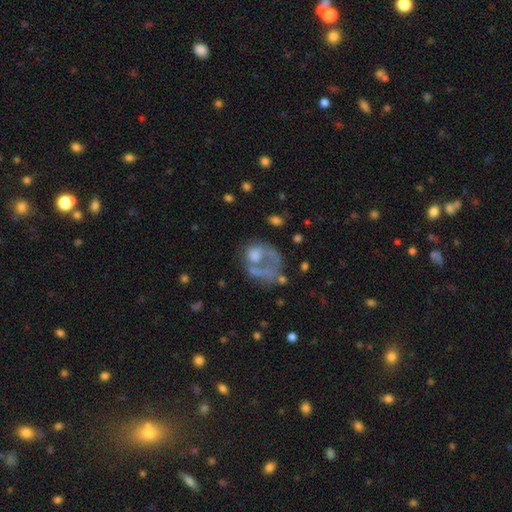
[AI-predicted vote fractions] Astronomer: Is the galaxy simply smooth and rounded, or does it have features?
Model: featured or disk — 47% (runner-up: smooth, 38%).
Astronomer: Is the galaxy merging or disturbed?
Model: major disturbance — 39% (runner-up: none, 32%).